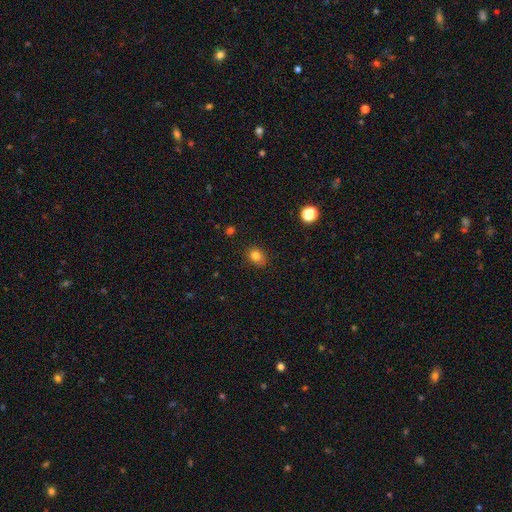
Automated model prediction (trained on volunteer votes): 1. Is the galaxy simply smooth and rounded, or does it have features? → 81% smooth, 13% star or artifact, 6% featured or disk.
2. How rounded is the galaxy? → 53% round, 46% in between, 1% cigar-shaped.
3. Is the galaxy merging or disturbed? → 83% none, 13% minor disturbance, 3% major disturbance, 1% merger.